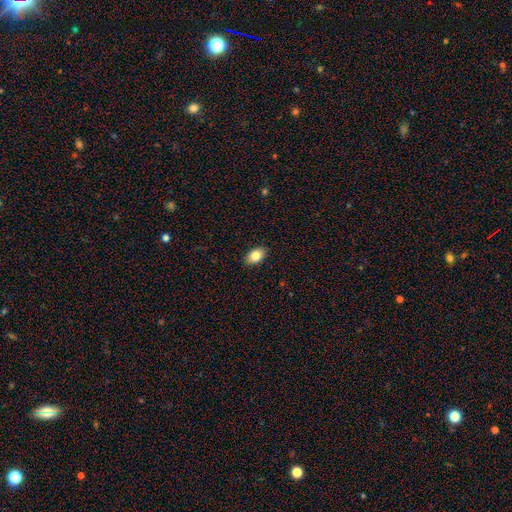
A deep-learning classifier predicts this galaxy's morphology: Smooth or featured? Predicted: smooth (p=0.83). How rounded? Predicted: in between (p=0.87). Merging? Predicted: none (p=0.89).